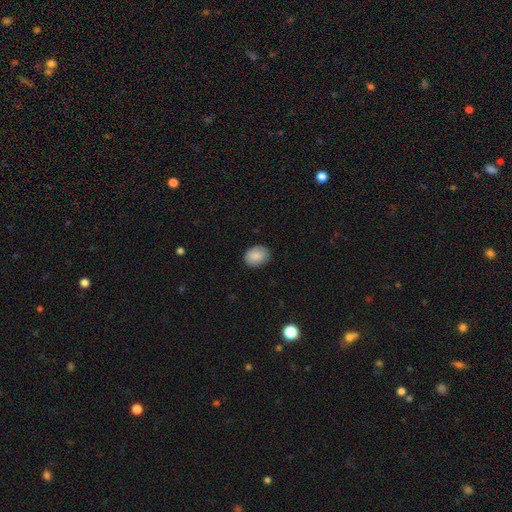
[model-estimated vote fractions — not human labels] smooth 88%, star or artifact 7%, featured or disk 5%. Down the decision tree: how rounded — in between (60%); merging — none (87%).